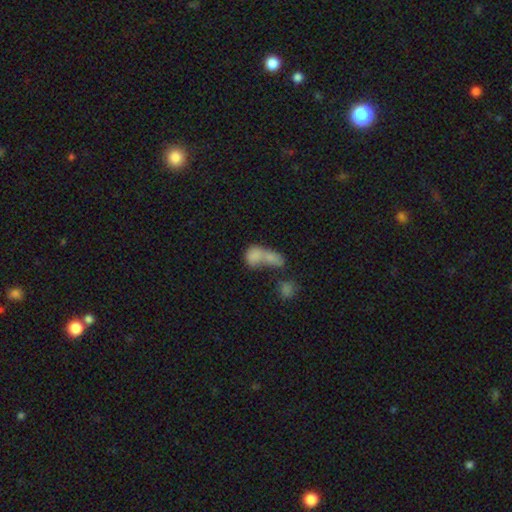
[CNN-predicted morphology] This is likely a smooth galaxy (75%). How rounded: likely in between (69%). Merging: likely merger (70%).